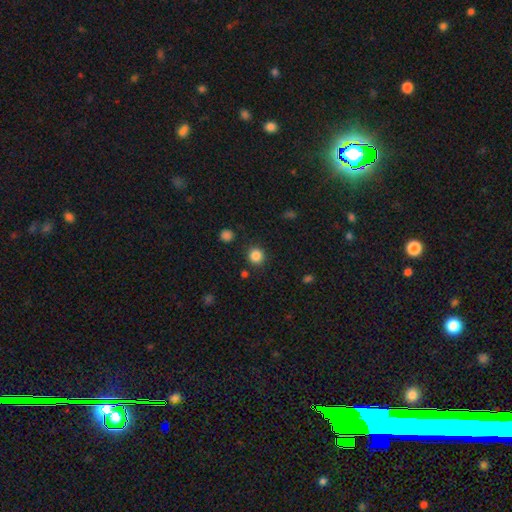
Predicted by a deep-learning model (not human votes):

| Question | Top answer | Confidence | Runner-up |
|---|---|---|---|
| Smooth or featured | smooth | 85% | star or artifact (11%) |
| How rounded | round | 93% | in between (6%) |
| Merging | none | 89% | minor disturbance (6%) |